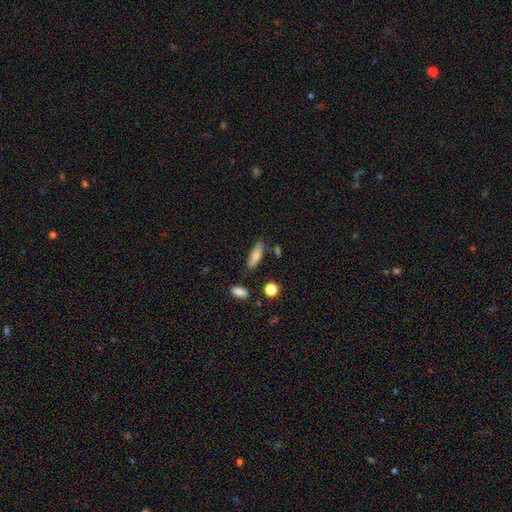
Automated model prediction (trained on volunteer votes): smooth-or-featured: smooth: 80% | featured or disk: 13% | star or artifact: 8%
  how-rounded: in between: 55% | cigar-shaped: 42% | round: 3%
  merging: none: 77% | minor disturbance: 15% | merger: 5% | major disturbance: 3%